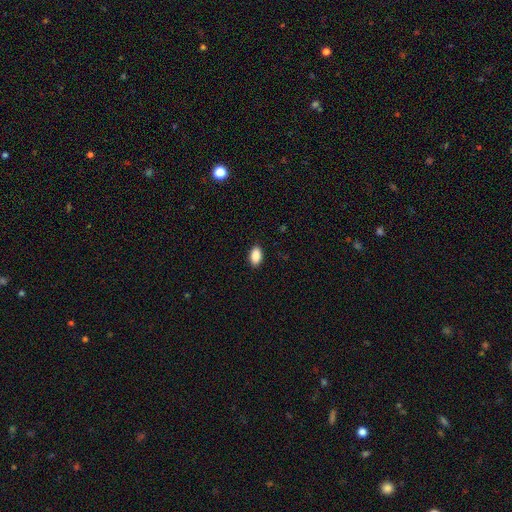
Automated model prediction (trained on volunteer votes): The model was most divided on "merging": none: 89%, minor disturbance: 8%, major disturbance: 2%, merger: 1%. More confident: how rounded — in between (93%); smooth or featured — smooth (90%).